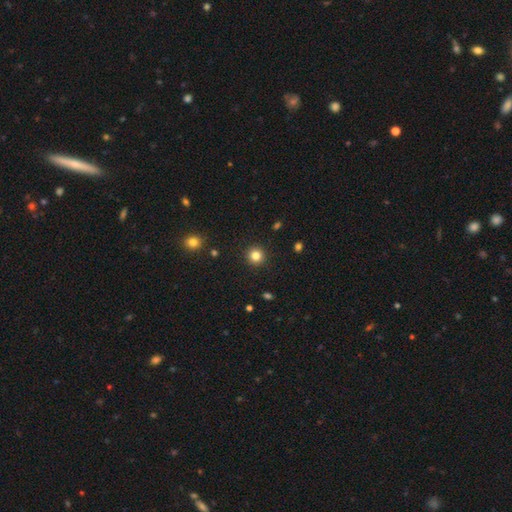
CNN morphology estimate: Q: Smooth or featured?
A: smooth (82%); runner-up: star or artifact (12%)
Q: How rounded?
A: round (95%); runner-up: in between (4%)
Q: Merging?
A: none (92%); runner-up: minor disturbance (5%)